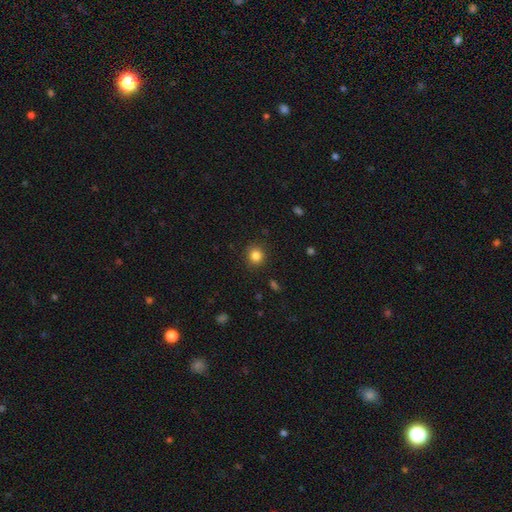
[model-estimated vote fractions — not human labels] A smooth galaxy with no disk features (84%) that is round (90%). Merging: none (90%).